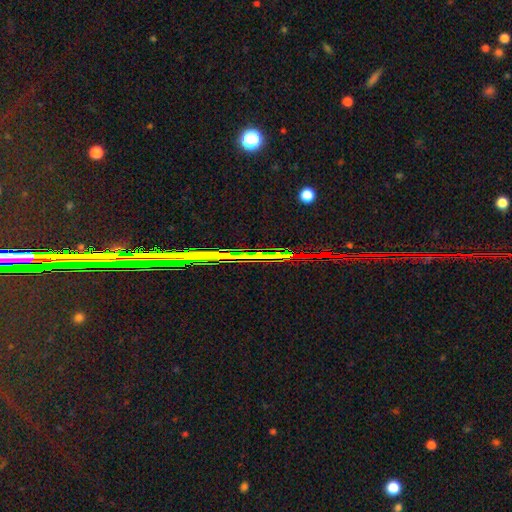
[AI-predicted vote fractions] This is clearly a star or artifact rather than a galaxy (84%).